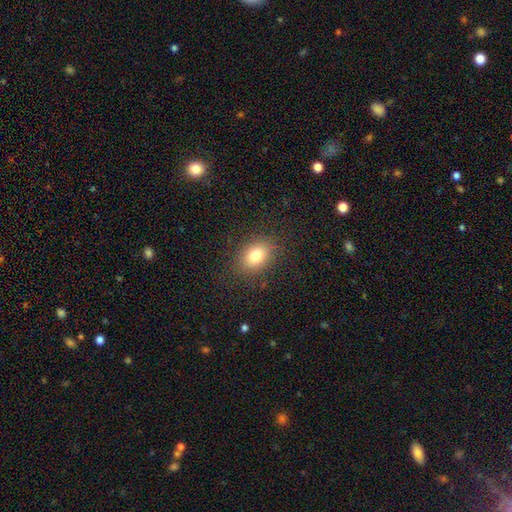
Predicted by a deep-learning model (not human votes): smooth_or_featured: smooth (p=0.79) [alt: star or artifact p=0.11]
how_rounded: in between (p=0.69) [alt: round p=0.29]
merging: none (p=0.85) [alt: minor disturbance p=0.10]